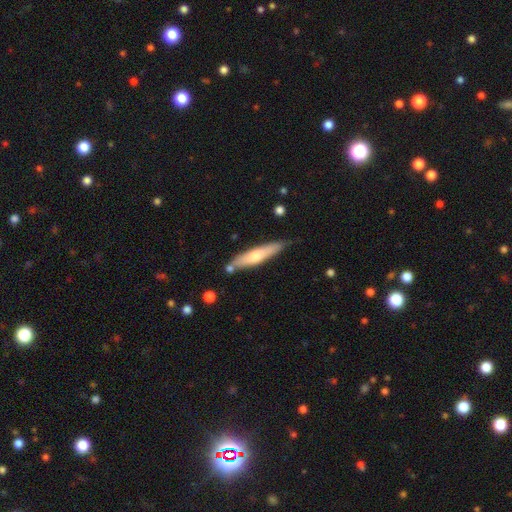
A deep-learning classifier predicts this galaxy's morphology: This appears to be a smooth galaxy with no disk features (54%) that is cigar-shaped (85%). Merging: none (78%).